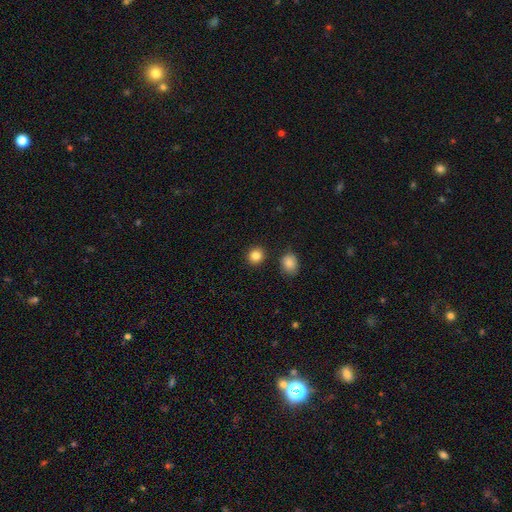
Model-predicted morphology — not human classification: smooth 86%, star or artifact 10%, featured or disk 4%. Down the decision tree: how rounded — round (87%); merging — none (88%).